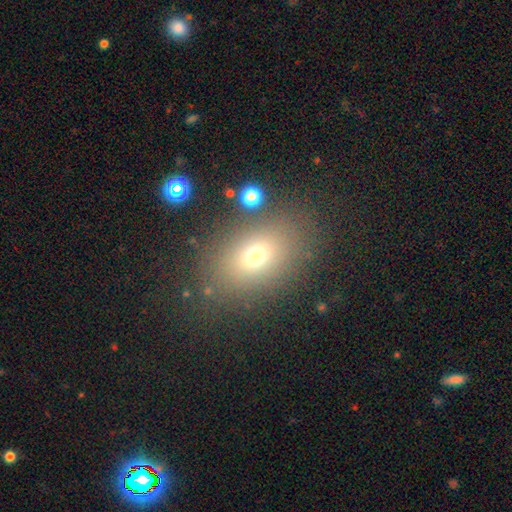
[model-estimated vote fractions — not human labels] A smooth galaxy with no disk features (69%) that is in between round and cigar-shaped (76%).

Vote fractions:
- Smooth or featured? smooth: 69% / star or artifact: 17% / featured or disk: 14%
- How rounded? in between: 76% / round: 22% / cigar-shaped: 2%
- Merging? none: 81% / minor disturbance: 10% / major disturbance: 5% / merger: 4%